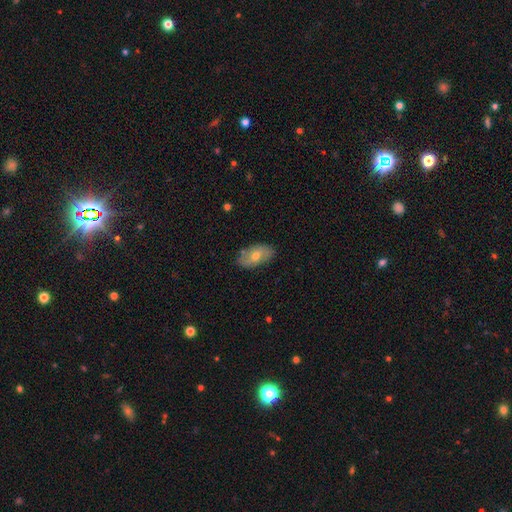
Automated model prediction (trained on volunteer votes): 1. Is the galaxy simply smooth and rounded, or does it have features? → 60% smooth, 33% featured or disk, 7% star or artifact.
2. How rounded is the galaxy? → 92% in between, 5% round, 3% cigar-shaped.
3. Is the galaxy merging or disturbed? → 81% none, 14% minor disturbance, 3% major disturbance, 2% merger.